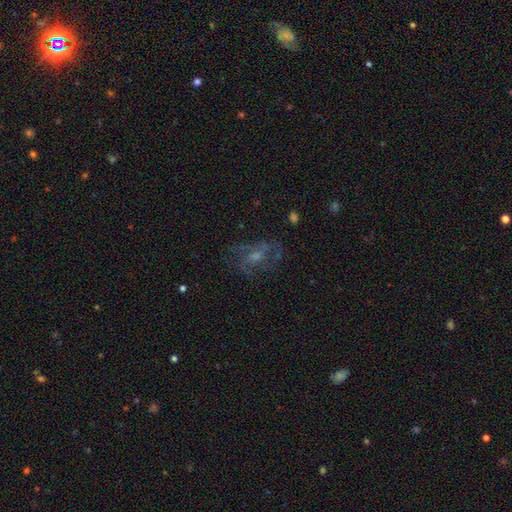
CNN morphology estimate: Smooth or featured? Predicted: featured or disk (p=0.63). Edge-on disk? Predicted: no (p=0.95). Bar? Predicted: no (p=0.54). Spiral arms? Predicted: yes (p=0.66). Bulge size? Predicted: moderate (p=0.41). Merging? Predicted: none (p=0.58).